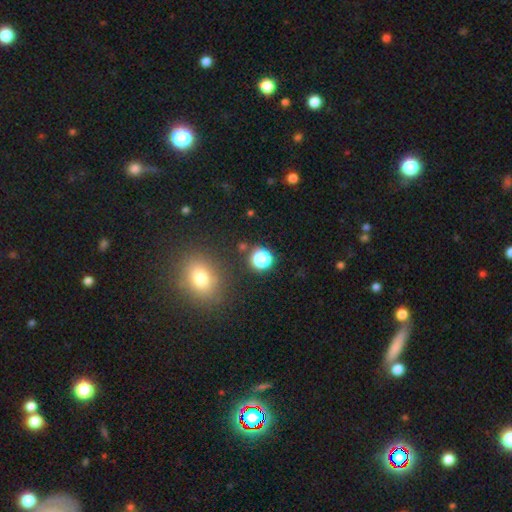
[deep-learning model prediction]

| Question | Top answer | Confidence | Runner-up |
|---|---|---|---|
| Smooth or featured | smooth | 59% | star or artifact (32%) |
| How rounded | round | 52% | in between (45%) |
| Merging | none | 88% | minor disturbance (7%) |